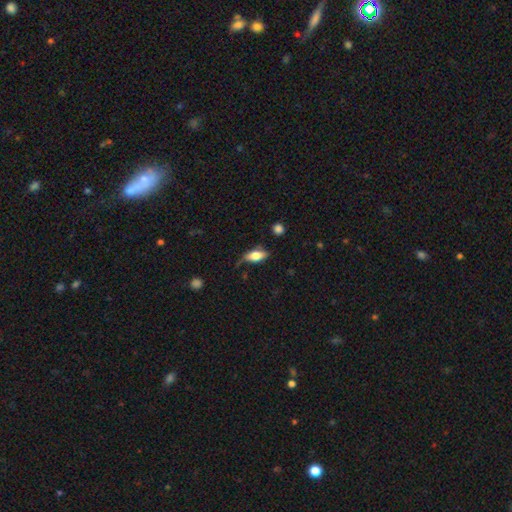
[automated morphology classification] Smooth or featured: smooth — 67% (featured or disk — 26%)
How rounded: in between — 82% (cigar-shaped — 14%)
Merging: none — 63% (minor disturbance — 26%)